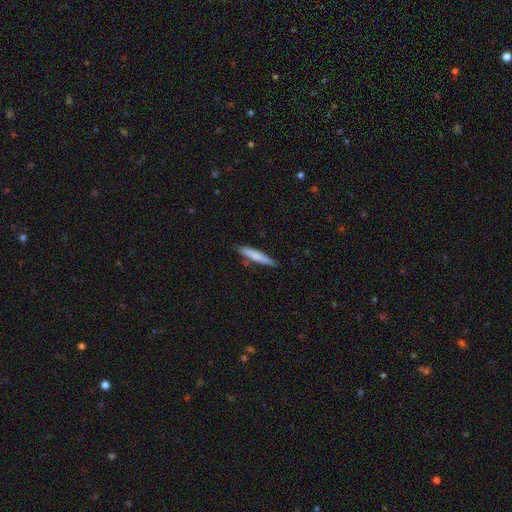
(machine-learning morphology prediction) The model was most divided on "smooth or featured": smooth: 73%, featured or disk: 22%, star or artifact: 6%. More confident: how rounded — cigar-shaped (93%); merging — none (85%).